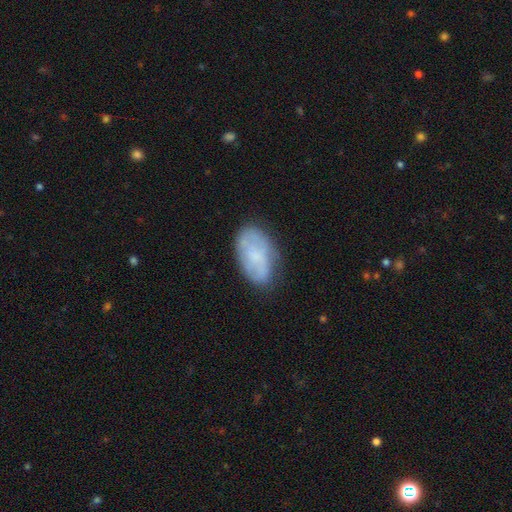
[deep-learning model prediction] Overall: smooth (55%; featured or disk 37%). How rounded: in between (93%). Merging: none (69%).